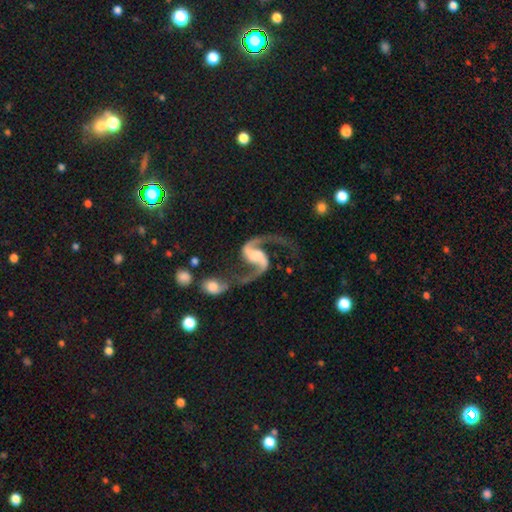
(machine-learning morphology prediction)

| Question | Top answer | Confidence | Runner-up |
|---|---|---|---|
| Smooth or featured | featured or disk | 93% | star or artifact (4%) |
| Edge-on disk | no | 98% | yes (2%) |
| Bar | weak | 40% | no (33%) |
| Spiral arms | yes | 98% | no (2%) |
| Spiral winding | loose | 68% | medium (27%) |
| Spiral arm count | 2 | 94% | 1 (2%) |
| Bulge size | moderate | 29% | none (26%) |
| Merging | none | 48% | merger (24%) |